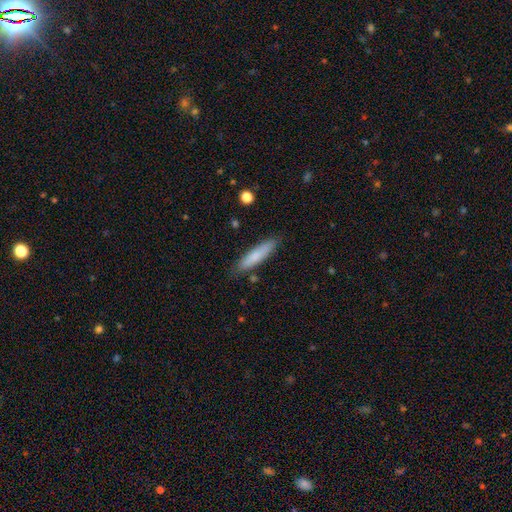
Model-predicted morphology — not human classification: Smooth or featured? Predicted: smooth (p=0.78). How rounded? Predicted: cigar-shaped (p=0.83). Merging? Predicted: none (p=0.85).